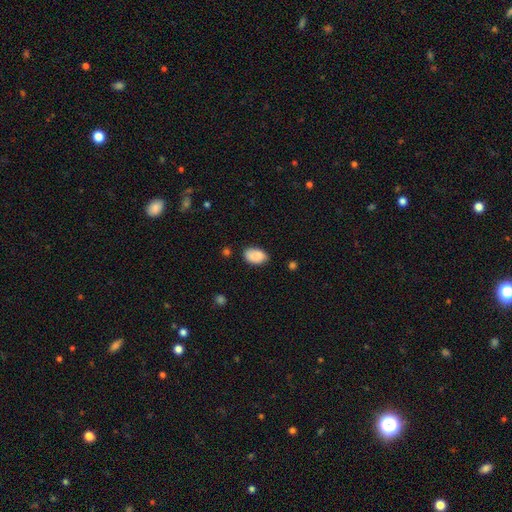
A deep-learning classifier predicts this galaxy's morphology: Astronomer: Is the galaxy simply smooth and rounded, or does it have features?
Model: smooth — 79%.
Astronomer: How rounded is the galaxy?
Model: in between — 89%.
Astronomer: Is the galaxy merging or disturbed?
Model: none — 58%.